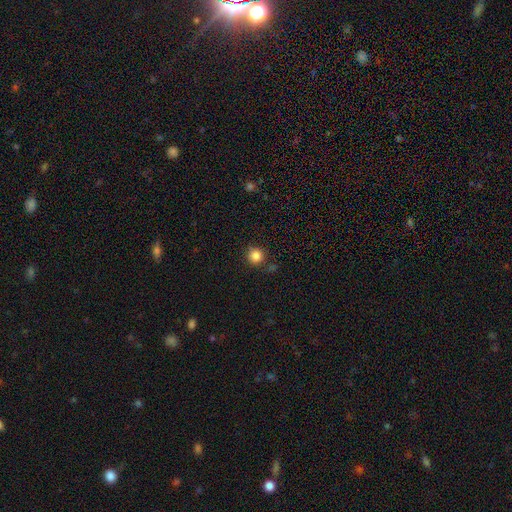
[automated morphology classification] smooth_or_featured: smooth (p=0.84) [alt: star or artifact p=0.12]
how_rounded: round (p=0.94) [alt: in between p=0.05]
merging: none (p=0.84) [alt: minor disturbance p=0.09]